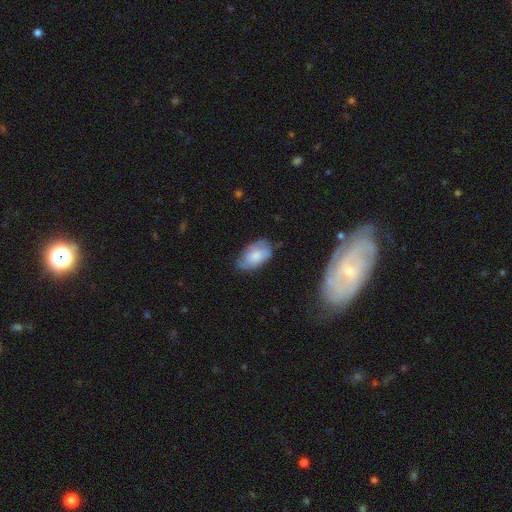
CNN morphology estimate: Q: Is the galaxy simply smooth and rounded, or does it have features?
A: smooth — 68%.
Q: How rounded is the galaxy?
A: in between — 92%.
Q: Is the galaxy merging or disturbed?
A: none — 62%.